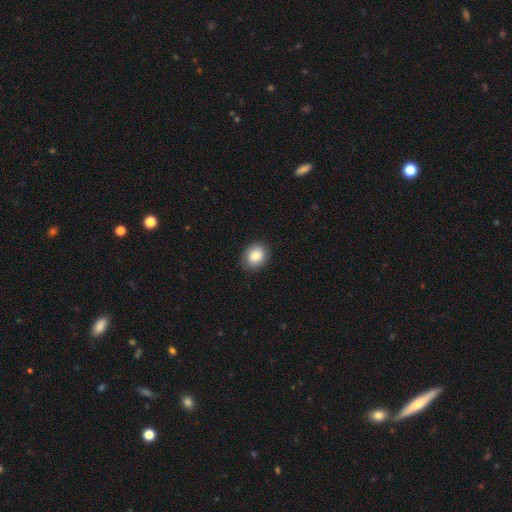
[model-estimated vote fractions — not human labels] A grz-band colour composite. It shows a smooth galaxy with no disk features (86%) that is round (60%). Merging: none (86%).